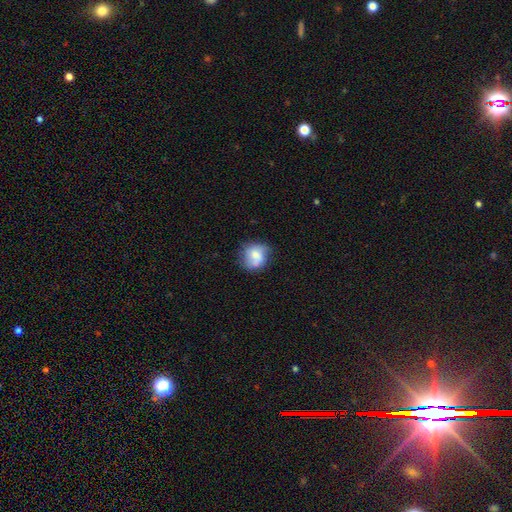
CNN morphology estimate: type=smooth (62%); roundness=round (77%); merging=none (54%).